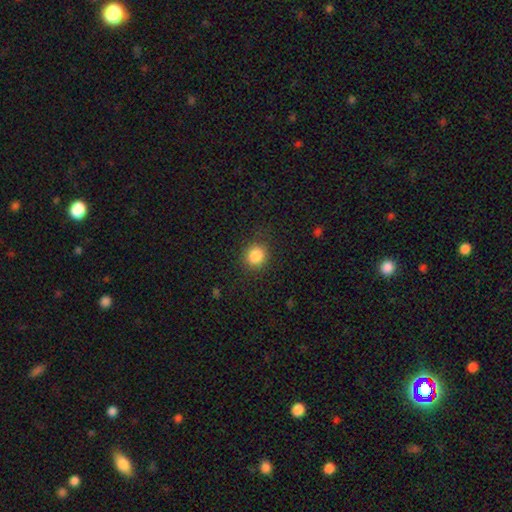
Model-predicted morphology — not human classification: The model was most divided on "smooth or featured": smooth: 86%, star or artifact: 10%, featured or disk: 4%. More confident: how rounded — round (88%); merging — none (86%).